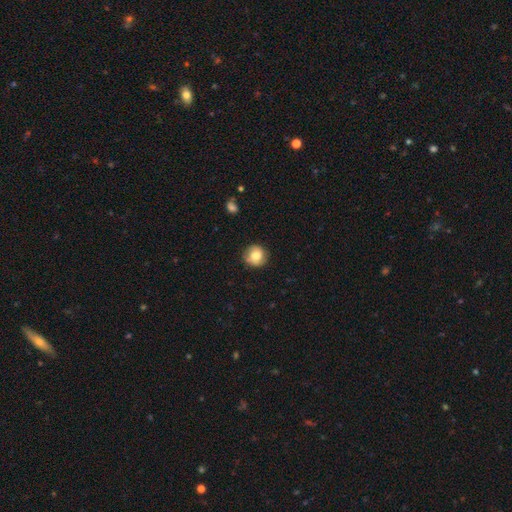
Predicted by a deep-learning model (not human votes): smooth 75%, featured or disk 16%, star or artifact 9%. Down the decision tree: how rounded — round (91%); merging — none (82%).